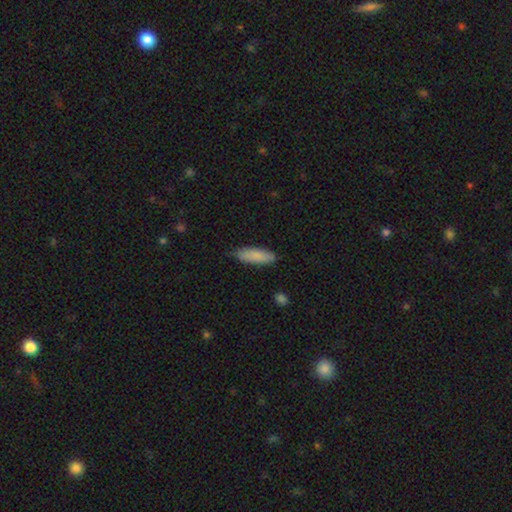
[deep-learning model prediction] Overall: smooth (86%). How rounded: in between (52%; cigar-shaped 46%). Merging: none (80%).